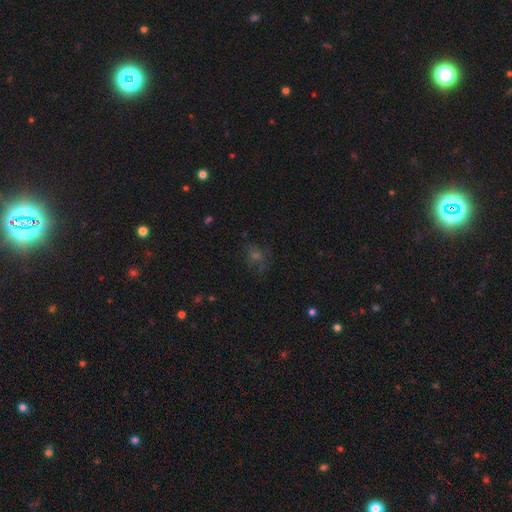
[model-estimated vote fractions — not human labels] Smooth or featured?
  - smooth: 42% *
  - star or artifact: 40%
  - featured or disk: 18%
Merging?
  - none: 69% *
  - minor disturbance: 17%
  - major disturbance: 12%
  - merger: 3%